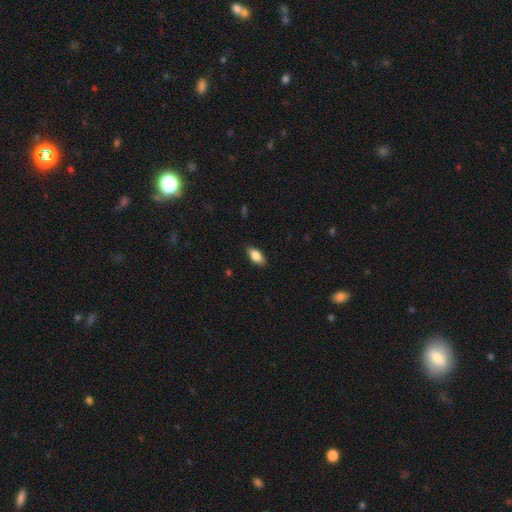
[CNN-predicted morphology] Smooth or featured? Predicted: smooth (p=0.83). How rounded? Predicted: in between (p=0.88). Merging? Predicted: none (p=0.86).